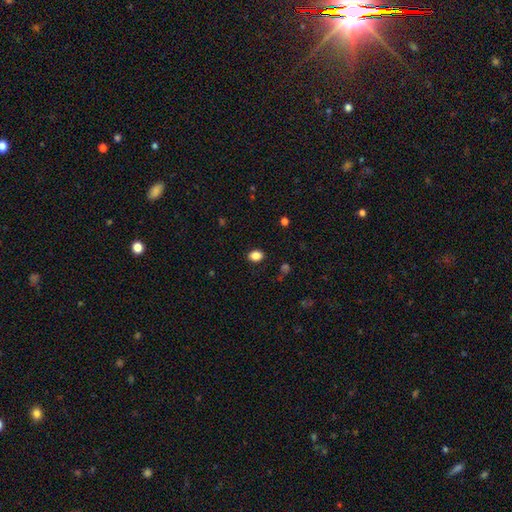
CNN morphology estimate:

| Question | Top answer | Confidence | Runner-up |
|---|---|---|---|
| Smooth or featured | smooth | 86% | star or artifact (10%) |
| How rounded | in between | 64% | round (35%) |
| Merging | none | 88% | minor disturbance (8%) |